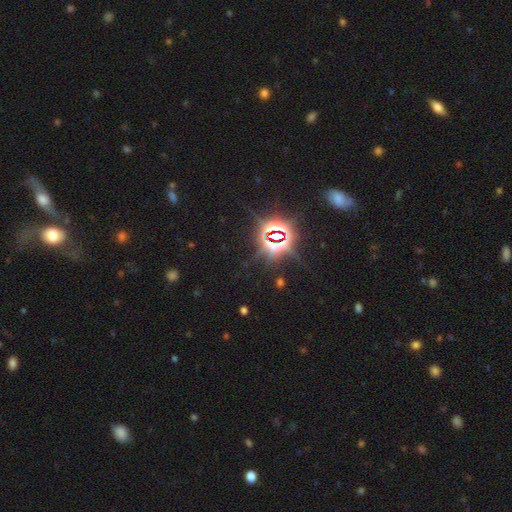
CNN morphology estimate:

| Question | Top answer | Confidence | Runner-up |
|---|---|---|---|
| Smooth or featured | star or artifact | 80% | smooth (12%) |